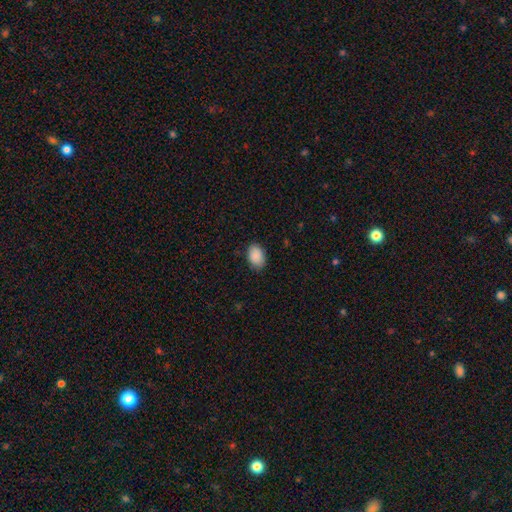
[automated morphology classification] Smooth or featured?
  - smooth: 90% *
  - star or artifact: 7%
  - featured or disk: 3%
How rounded?
  - in between: 87% *
  - round: 12%
  - cigar-shaped: 1%
Merging?
  - none: 84% *
  - minor disturbance: 13%
  - major disturbance: 2%
  - merger: 1%